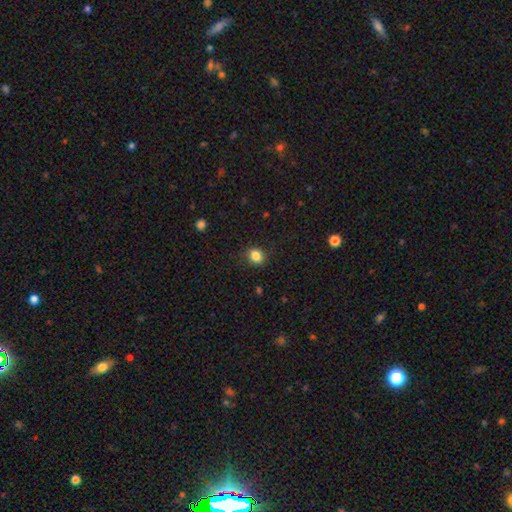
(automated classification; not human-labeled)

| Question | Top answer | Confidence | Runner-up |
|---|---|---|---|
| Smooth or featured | smooth | 85% | star or artifact (11%) |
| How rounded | round | 61% | in between (38%) |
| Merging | none | 87% | minor disturbance (10%) |